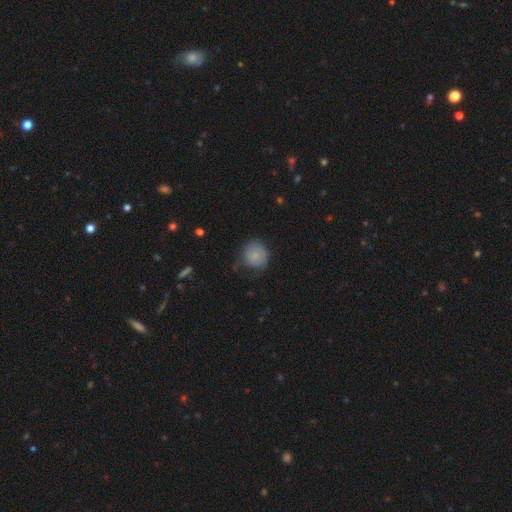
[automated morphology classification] Smooth or featured: smooth — 79% (featured or disk — 13%)
How rounded: round — 80% (in between — 19%)
Merging: none — 57% (minor disturbance — 31%)